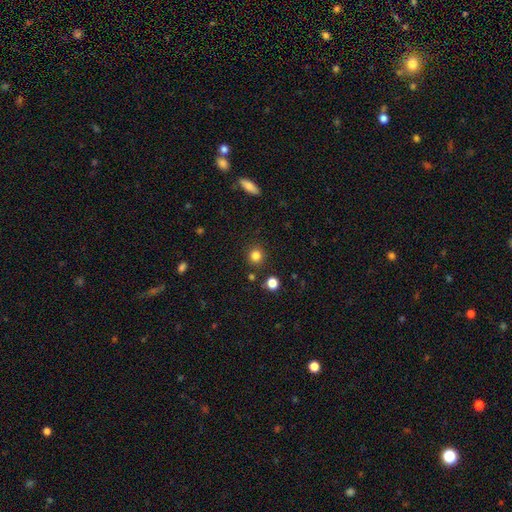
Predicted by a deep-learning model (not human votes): smooth_or_featured: smooth (p=0.82) [alt: star or artifact p=0.13]
how_rounded: round (p=0.92) [alt: in between p=0.07]
merging: none (p=0.88) [alt: minor disturbance p=0.06]